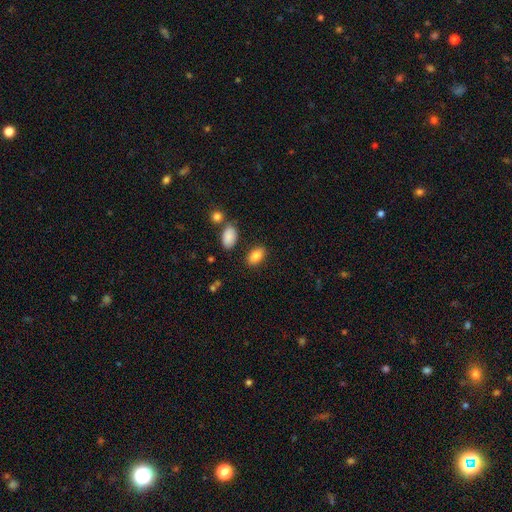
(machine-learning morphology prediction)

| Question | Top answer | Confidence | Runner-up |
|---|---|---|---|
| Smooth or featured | smooth | 86% | star or artifact (8%) |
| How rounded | in between | 91% | round (6%) |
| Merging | none | 84% | minor disturbance (10%) |